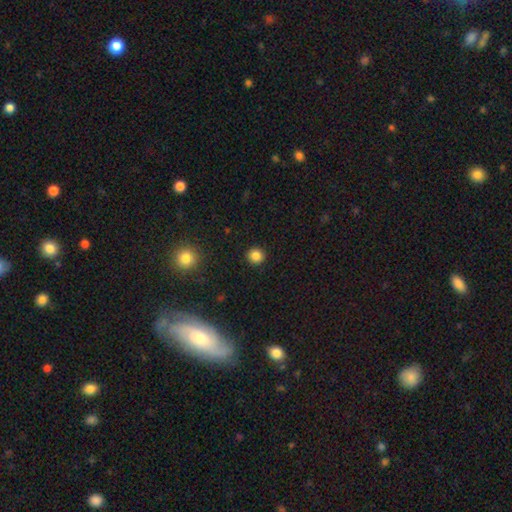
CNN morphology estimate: A smooth galaxy with no disk features (84%) that is round (93%).

Vote fractions:
- Smooth or featured? smooth: 84% / star or artifact: 12% / featured or disk: 4%
- How rounded? round: 93% / in between: 6% / cigar-shaped: 1%
- Merging? none: 92% / minor disturbance: 5% / major disturbance: 2% / merger: 1%